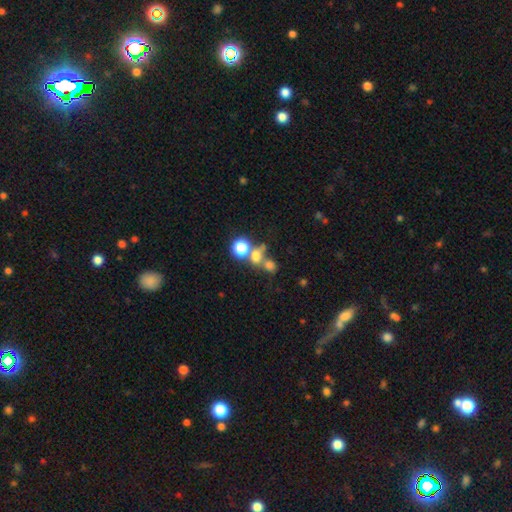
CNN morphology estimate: A smooth galaxy with no disk features (65%) that is round (71%).

Vote fractions:
- Smooth or featured? smooth: 65% / star or artifact: 22% / featured or disk: 13%
- How rounded? round: 71% / in between: 27% / cigar-shaped: 2%
- Merging? merger: 43% / none: 42% / minor disturbance: 8% / major disturbance: 7%